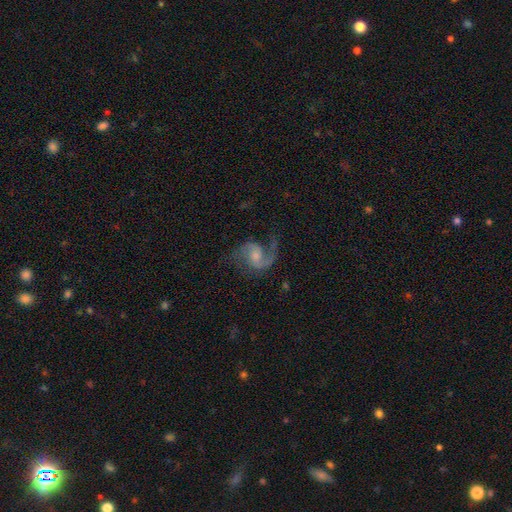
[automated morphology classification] Smooth or featured? featured or disk (86%)
Edge-on disk? no (98%)
Bar? no (50%)
Spiral arms? yes (97%)
Spiral winding? medium (49%)
Spiral arm count? 2 (81%)
Bulge size? moderate (38%)
Merging? none (65%)